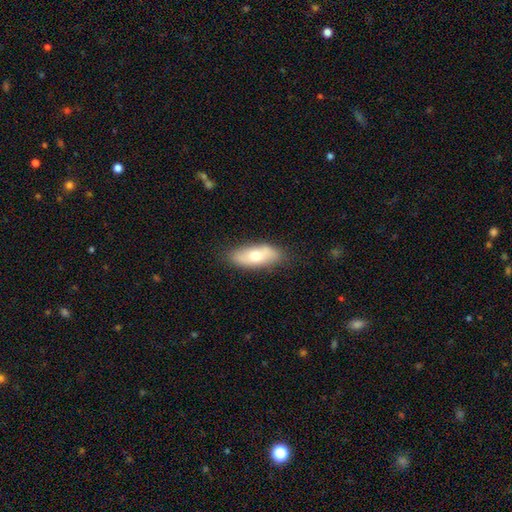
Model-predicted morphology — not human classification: Smooth or featured: smooth — 64% (featured or disk — 29%)
How rounded: in between — 78% (cigar-shaped — 18%)
Merging: none — 81% (minor disturbance — 14%)